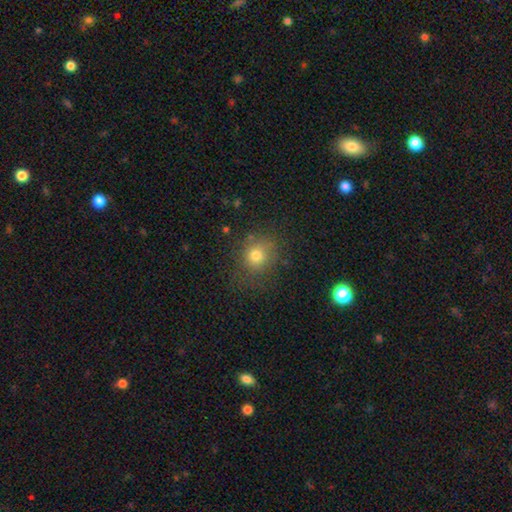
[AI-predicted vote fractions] smooth 76%, star or artifact 15%, featured or disk 9%. Down the decision tree: how rounded — round (78%); merging — none (73%).